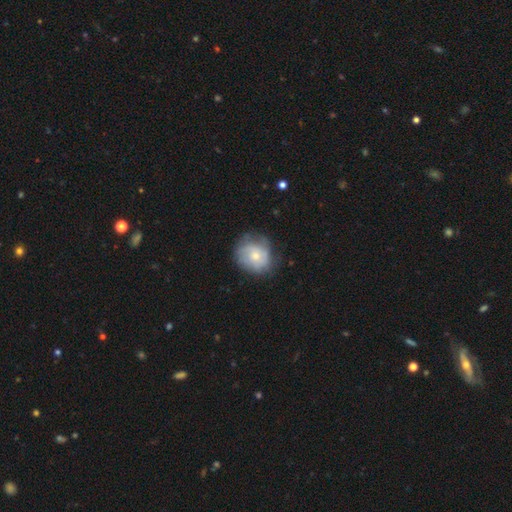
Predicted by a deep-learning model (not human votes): Overall: smooth (49%; featured or disk 44%). Merging: none (63%; minor disturbance 25%).